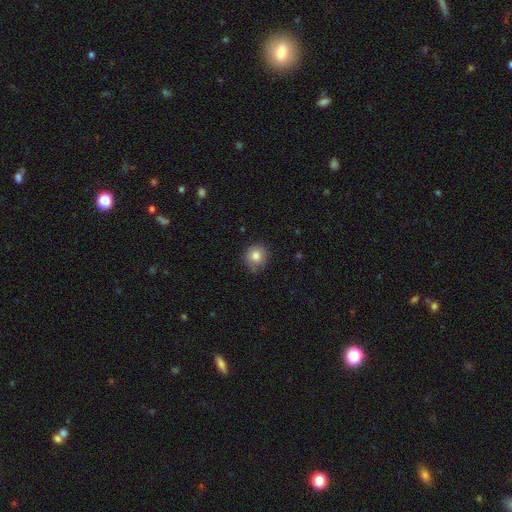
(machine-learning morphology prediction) Overall: smooth (81%). How rounded: round (92%). Merging: none (85%).